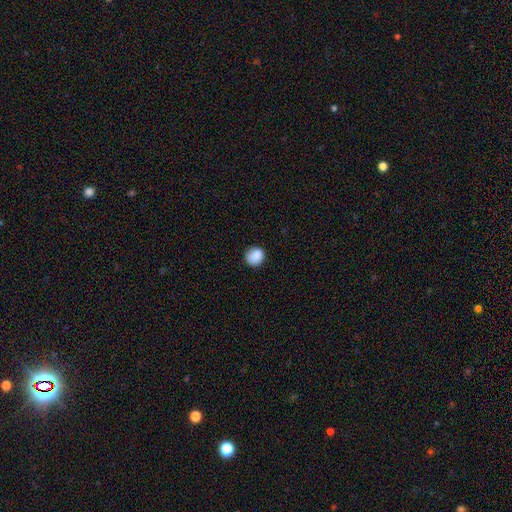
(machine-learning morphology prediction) Smooth or featured?
  - smooth: 88% *
  - star or artifact: 9%
  - featured or disk: 3%
How rounded?
  - round: 87% *
  - in between: 12%
  - cigar-shaped: 1%
Merging?
  - none: 83% *
  - minor disturbance: 13%
  - major disturbance: 3%
  - merger: 1%